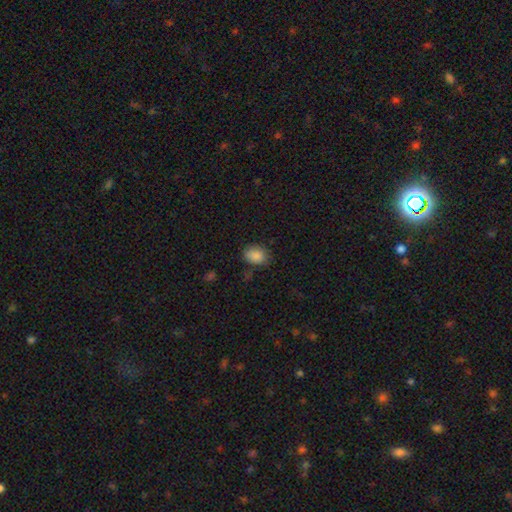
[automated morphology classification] type=smooth (86%); roundness=in between (66%); merging=none (74%).